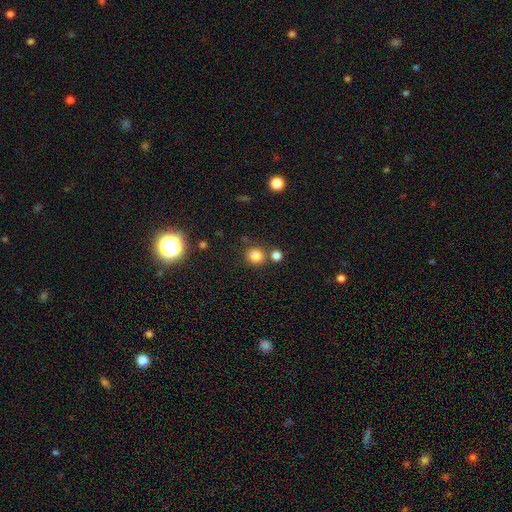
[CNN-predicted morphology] Overall: smooth (81%). How rounded: round (86%). Merging: none (72%).